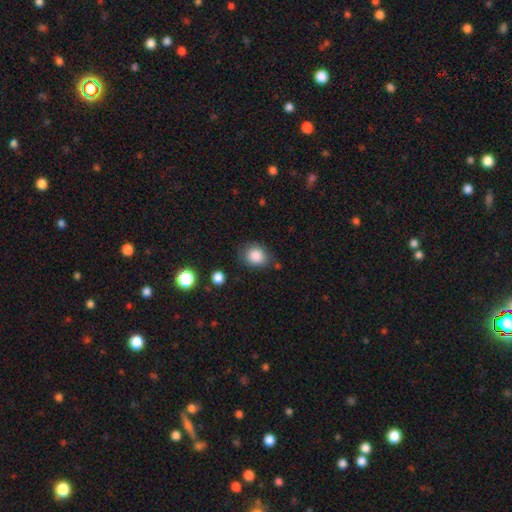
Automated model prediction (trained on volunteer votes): smooth-or-featured: smooth: 86% | star or artifact: 9% | featured or disk: 5%
  how-rounded: round: 61% | in between: 38% | cigar-shaped: 1%
  merging: none: 72% | minor disturbance: 19% | major disturbance: 5% | merger: 3%